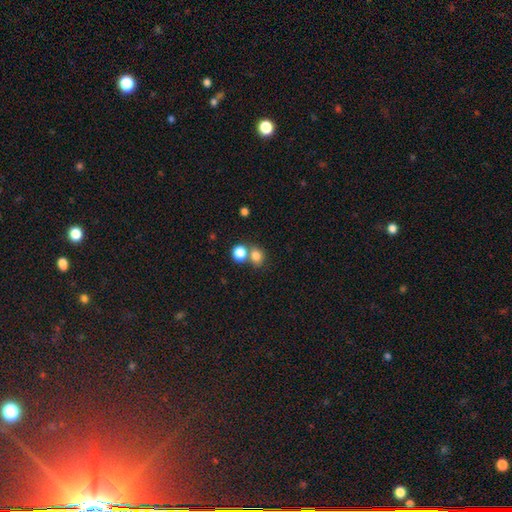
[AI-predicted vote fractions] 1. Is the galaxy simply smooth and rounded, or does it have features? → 80% smooth, 13% star or artifact, 7% featured or disk.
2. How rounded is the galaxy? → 65% round, 34% in between, 1% cigar-shaped.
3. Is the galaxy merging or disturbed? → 51% none, 37% merger, 8% minor disturbance, 3% major disturbance.